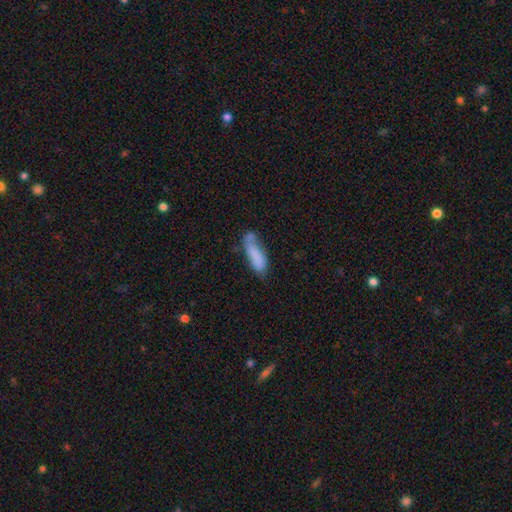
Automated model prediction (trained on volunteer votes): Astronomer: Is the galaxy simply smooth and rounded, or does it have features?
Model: smooth — 76%.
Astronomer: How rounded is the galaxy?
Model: in between — 50% (runner-up: cigar-shaped, 48%).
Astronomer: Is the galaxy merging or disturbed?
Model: none — 44% (runner-up: minor disturbance, 30%).